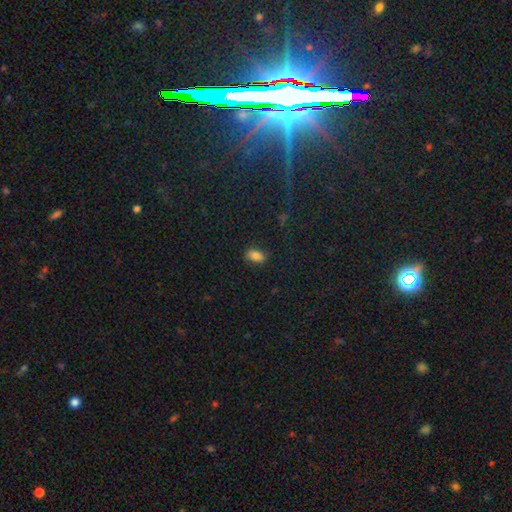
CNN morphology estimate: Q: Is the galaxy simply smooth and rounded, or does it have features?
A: smooth — 82%.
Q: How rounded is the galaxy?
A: in between — 88%.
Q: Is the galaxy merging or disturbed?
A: none — 81%.